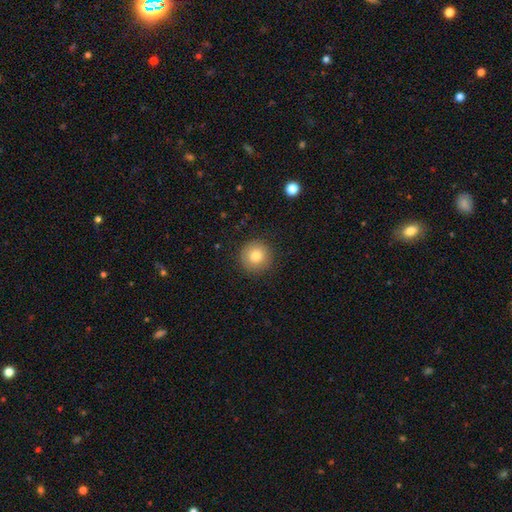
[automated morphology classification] A smooth galaxy with no disk features (81%) that is round (95%).

Vote fractions:
- Smooth or featured? smooth: 81% / star or artifact: 10% / featured or disk: 9%
- How rounded? round: 95% / in between: 4% / cigar-shaped: 1%
- Merging? none: 89% / minor disturbance: 7% / major disturbance: 2% / merger: 1%